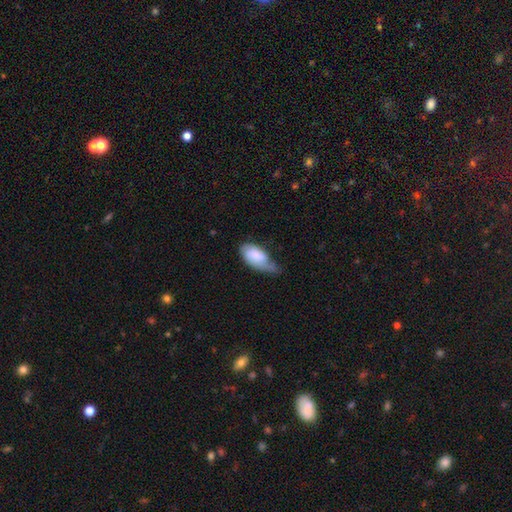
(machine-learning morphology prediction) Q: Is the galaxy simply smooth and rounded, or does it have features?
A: smooth — 72%.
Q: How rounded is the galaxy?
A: in between — 92%.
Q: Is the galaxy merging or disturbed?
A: minor disturbance — 47%.